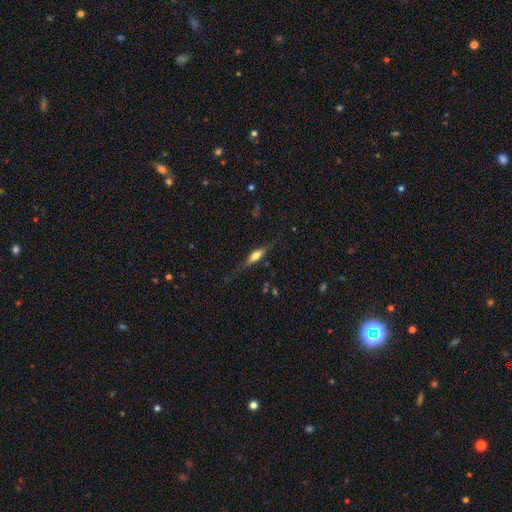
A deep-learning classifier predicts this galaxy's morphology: Q: Smooth or featured?
A: featured or disk (54%); runner-up: smooth (39%)
Q: Edge-on disk?
A: yes (93%); runner-up: no (7%)
Q: Edge-on bulge?
A: rounded (82%); runner-up: boxy (13%)
Q: Merging?
A: none (77%); runner-up: minor disturbance (16%)